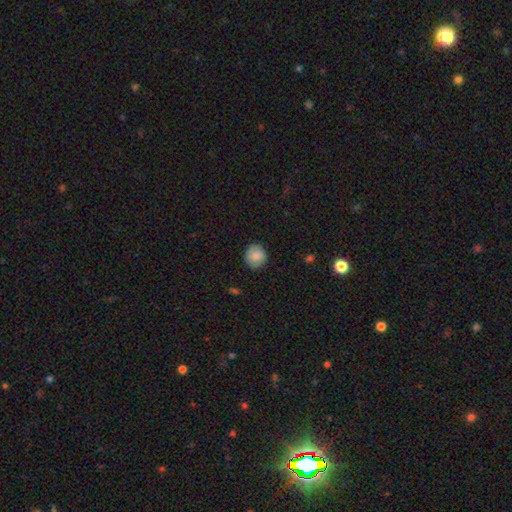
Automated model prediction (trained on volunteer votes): smooth-or-featured: smooth: 85% | star or artifact: 7% | featured or disk: 7%
  how-rounded: round: 86% | in between: 13% | cigar-shaped: 1%
  merging: none: 85% | minor disturbance: 11% | major disturbance: 2% | merger: 1%